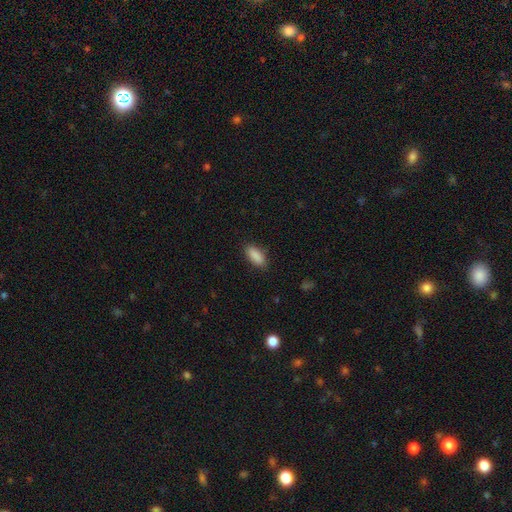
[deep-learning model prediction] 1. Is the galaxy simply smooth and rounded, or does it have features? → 89% smooth, 7% star or artifact, 4% featured or disk.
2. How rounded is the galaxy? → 80% in between, 18% cigar-shaped, 2% round.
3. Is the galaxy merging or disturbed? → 86% none, 11% minor disturbance, 2% major disturbance, 1% merger.